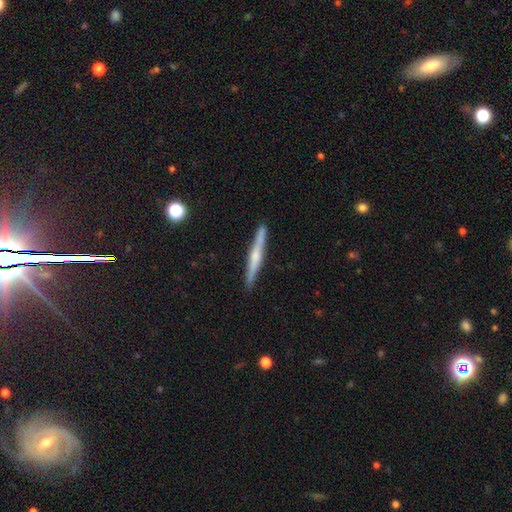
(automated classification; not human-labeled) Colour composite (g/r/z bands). It shows a featured or disk galaxy (63%) viewed edge-on (97%) with a rounded central bulge (66%). Merging: none (90%).